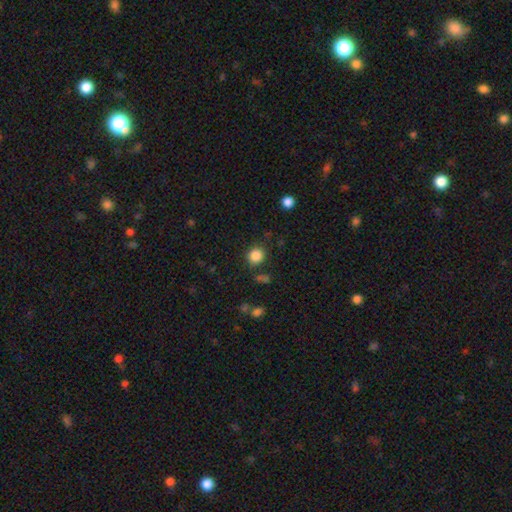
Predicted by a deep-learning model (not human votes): smooth-or-featured: smooth: 85% | star or artifact: 11% | featured or disk: 4%
  how-rounded: round: 85% | in between: 14% | cigar-shaped: 1%
  merging: none: 83% | minor disturbance: 9% | merger: 4% | major disturbance: 4%